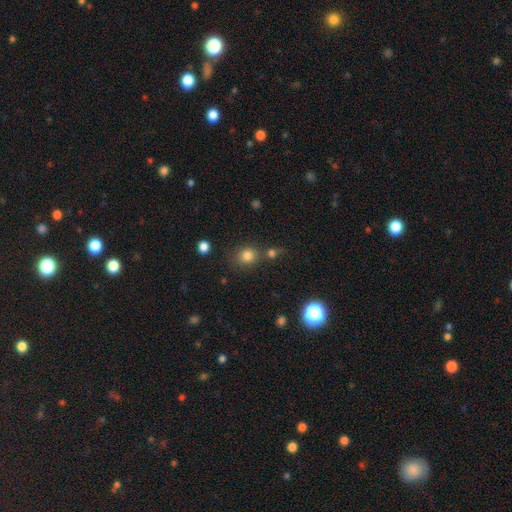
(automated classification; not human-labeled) A smooth galaxy with no disk features (57%) that is round (81%). Merging: none (76%).